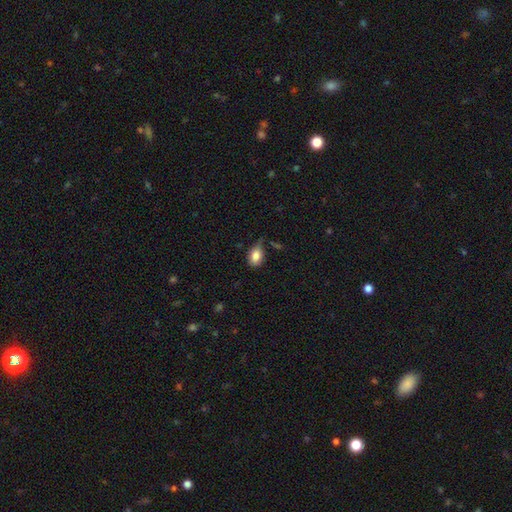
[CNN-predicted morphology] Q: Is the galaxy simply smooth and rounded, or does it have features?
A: smooth — 83%.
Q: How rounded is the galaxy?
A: in between — 82%.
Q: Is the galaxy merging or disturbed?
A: none — 50%.